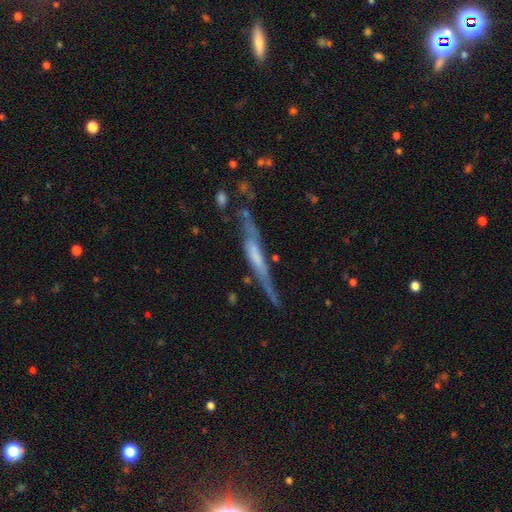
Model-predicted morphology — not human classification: This appears to be a featured or disk galaxy (62%) viewed edge-on (86%) with no central bulge (49%). Merging: none (59%).